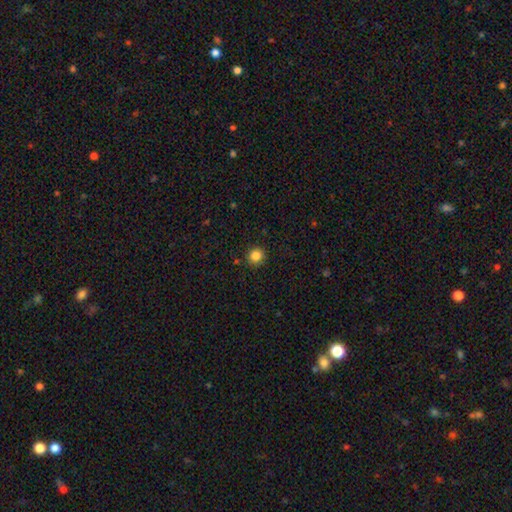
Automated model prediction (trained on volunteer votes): Smooth or featured? Predicted: smooth (p=0.85). How rounded? Predicted: round (p=0.93). Merging? Predicted: none (p=0.90).